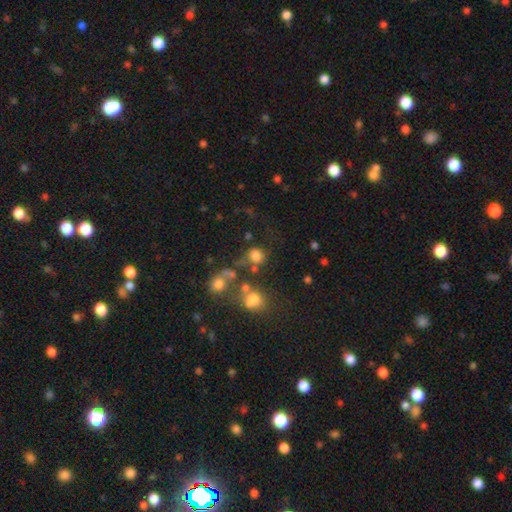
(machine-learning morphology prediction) This appears to be a smooth galaxy with no disk features (73%) that is round (77%). Merging: none (51%).